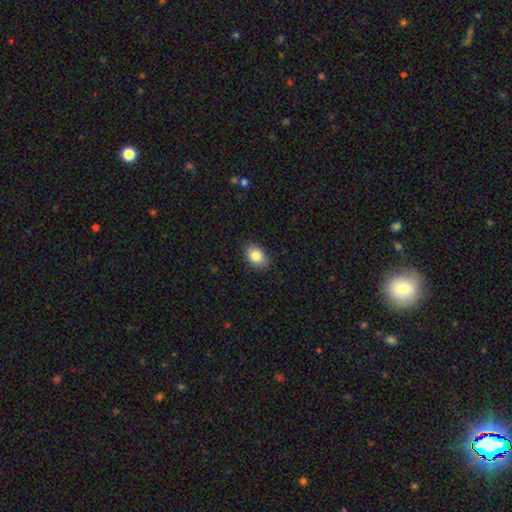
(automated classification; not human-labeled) This appears to be a smooth galaxy with no disk features (85%) that is in between round and cigar-shaped (76%). Merging: none (86%).